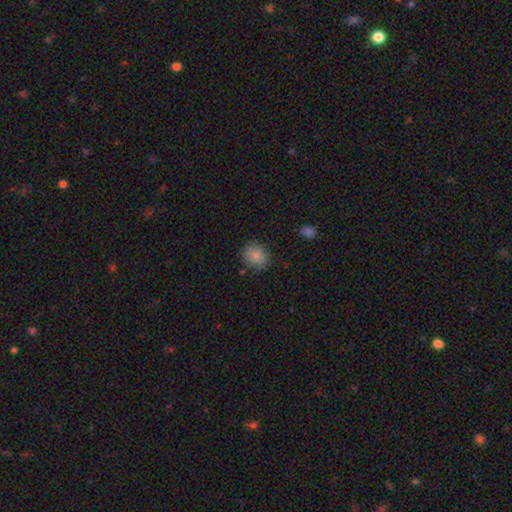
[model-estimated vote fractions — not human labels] The model was most divided on "how rounded": round: 65%, in between: 34%, cigar-shaped: 1%. More confident: smooth or featured — smooth (85%); merging — none (80%).